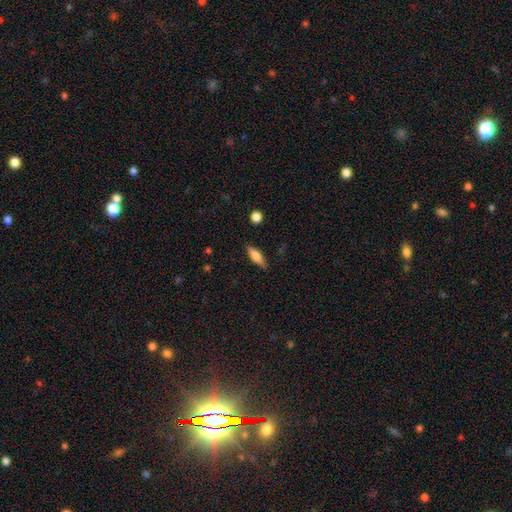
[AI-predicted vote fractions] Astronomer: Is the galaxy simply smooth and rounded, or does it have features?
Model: smooth — 63%.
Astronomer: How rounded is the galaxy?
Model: in between — 52% (runner-up: cigar-shaped, 45%).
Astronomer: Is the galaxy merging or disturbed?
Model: none — 85%.